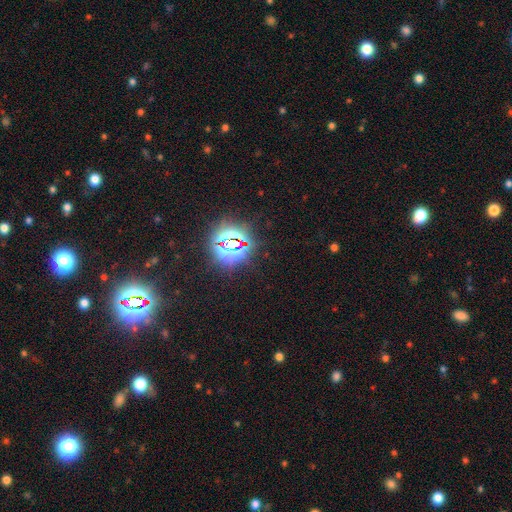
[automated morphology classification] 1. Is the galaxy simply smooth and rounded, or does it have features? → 80% star or artifact, 14% smooth, 6% featured or disk.